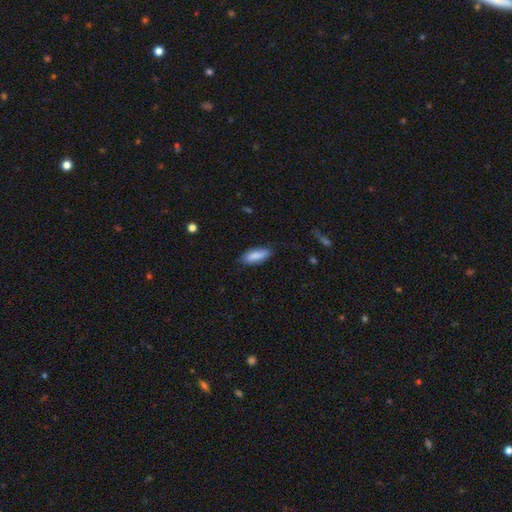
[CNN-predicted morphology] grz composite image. It shows a smooth galaxy with no disk features (86%) that is in between round and cigar-shaped (68%). Merging: none (83%).